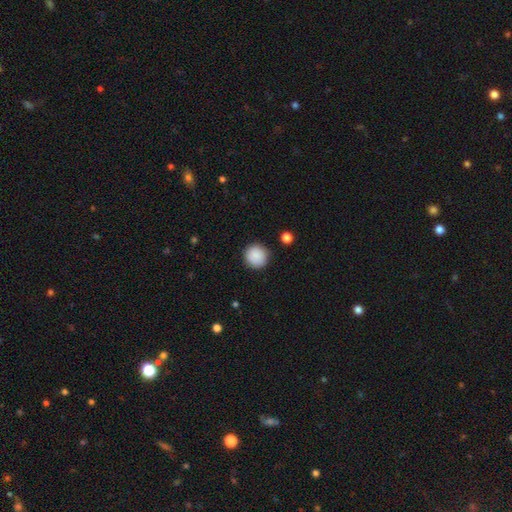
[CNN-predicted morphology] type=smooth (89%); roundness=round (94%); merging=none (89%).